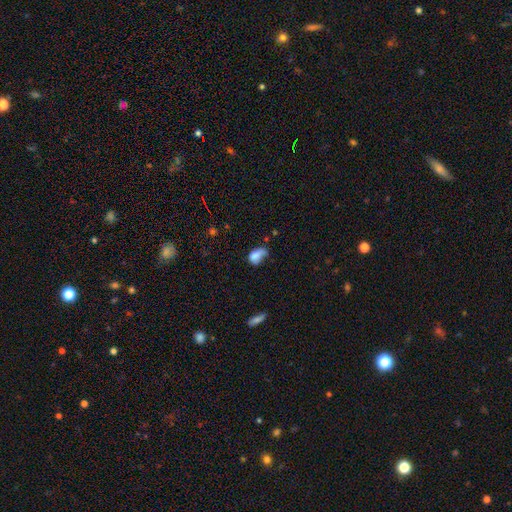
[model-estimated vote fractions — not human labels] Smooth or featured? Predicted: smooth (p=0.76). How rounded? Predicted: in between (p=0.84). Merging? Predicted: minor disturbance (p=0.37).